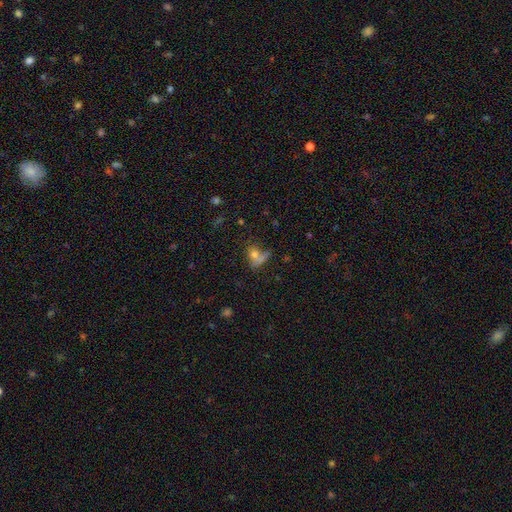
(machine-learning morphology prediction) smooth_or_featured: smooth (p=0.65) [alt: featured or disk p=0.17]
how_rounded: in between (p=0.57) [alt: round p=0.38]
merging: none (p=0.35) [alt: merger p=0.29]